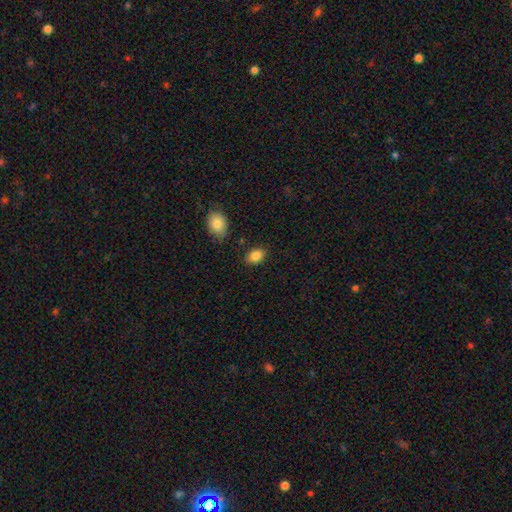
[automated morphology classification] This is clearly a smooth galaxy (86%). How rounded: clearly in between (81%). Merging: clearly none (85%).